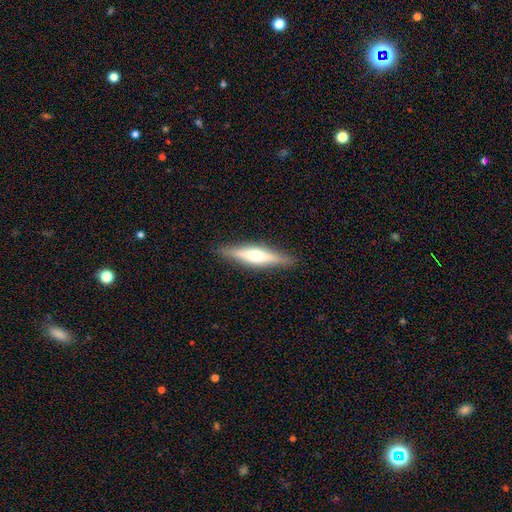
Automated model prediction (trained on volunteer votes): A featured or disk galaxy (60%) viewed edge-on (94%) with a rounded central bulge (89%). Merging: none (89%).